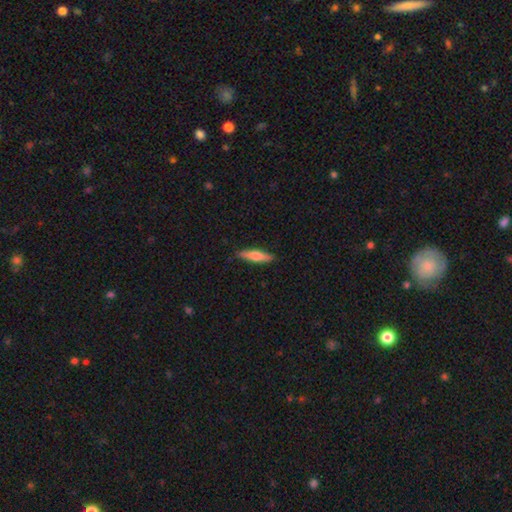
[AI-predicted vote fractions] This is likely a smooth galaxy (60%). How rounded: clearly cigar-shaped (80%). Merging: clearly none (88%).